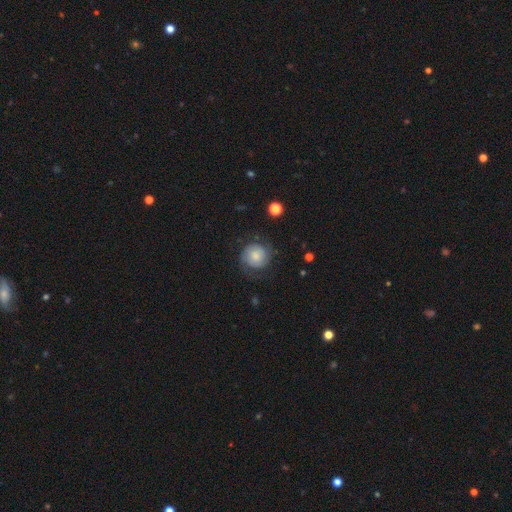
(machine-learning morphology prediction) A featured or disk galaxy (51%) with no bar (77%), spiral arms (88%) and a small central bulge (43%). Merging: none (69%).